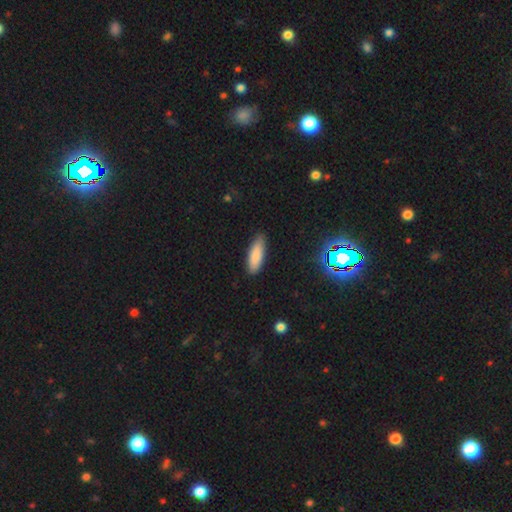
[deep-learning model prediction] Smooth or featured?
  - smooth: 85% *
  - featured or disk: 8%
  - star or artifact: 7%
How rounded?
  - in between: 58% *
  - cigar-shaped: 40%
  - round: 2%
Merging?
  - none: 85% *
  - minor disturbance: 12%
  - major disturbance: 2%
  - merger: 1%